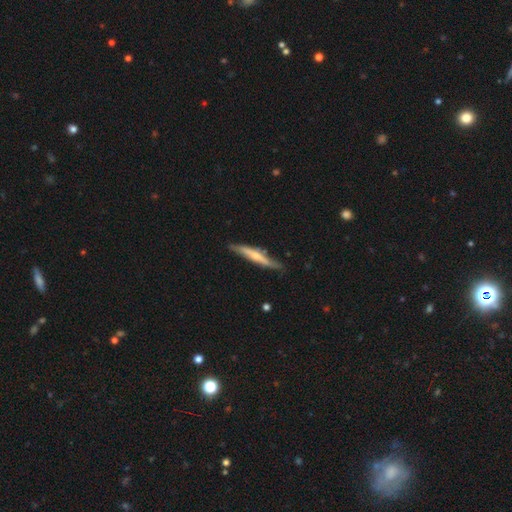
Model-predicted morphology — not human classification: This is possibly a featured or disk galaxy (56%). It is clearly viewed edge-on (90%). Edge-on bulge: likely rounded (66%). Merging: likely none (75%).